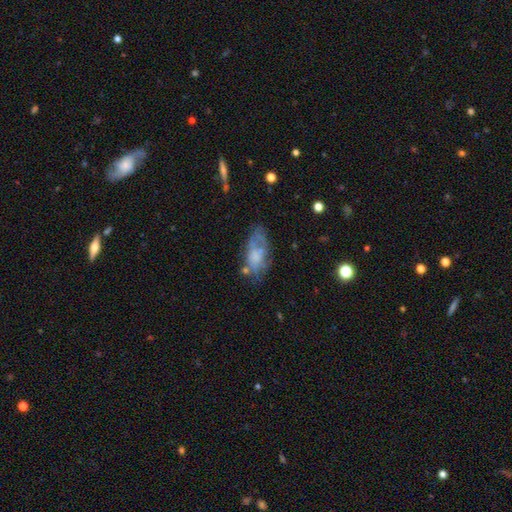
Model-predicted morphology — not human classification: Overall: smooth (47%; featured or disk 44%). Merging: none (48%; minor disturbance 28%).